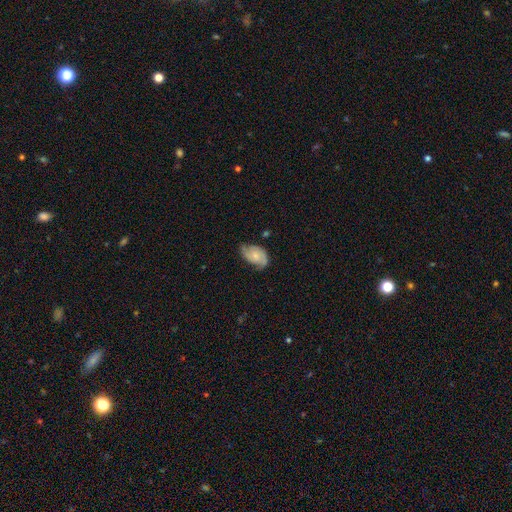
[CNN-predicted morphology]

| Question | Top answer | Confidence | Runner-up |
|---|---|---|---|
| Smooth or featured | featured or disk | 58% | smooth (35%) |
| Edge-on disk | no | 96% | yes (4%) |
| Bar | no | 70% | weak (25%) |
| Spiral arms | yes | 89% | no (11%) |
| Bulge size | small | 55% | moderate (30%) |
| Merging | none | 56% | minor disturbance (31%) |